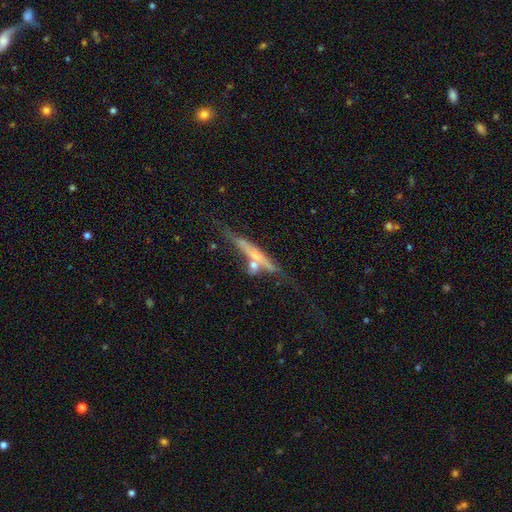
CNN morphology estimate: featured or disk 65%, smooth 27%, star or artifact 9%. Down the decision tree: edge-on disk — yes (87%); edge-on bulge — rounded (46%); merging — none (48%).